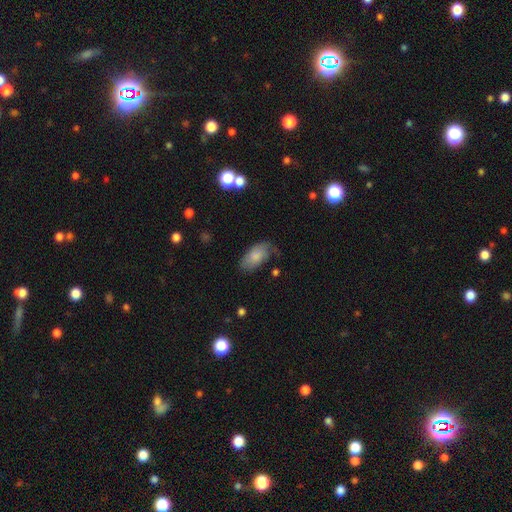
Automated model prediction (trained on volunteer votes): This appears to be a smooth galaxy with no disk features (75%) that is in between round and cigar-shaped (93%). Merging: none (61%).